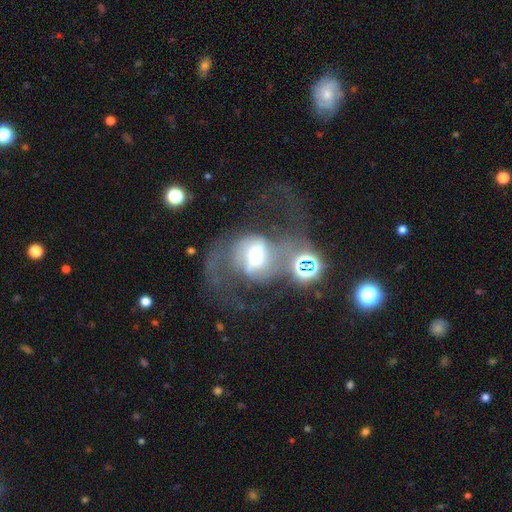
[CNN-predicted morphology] featured or disk 60%, smooth 26%, star or artifact 13%. Down the decision tree: edge-on disk — no (95%); bar — no (43%); spiral arms — yes (70%); bulge size — moderate (61%); merging — major disturbance (44%).